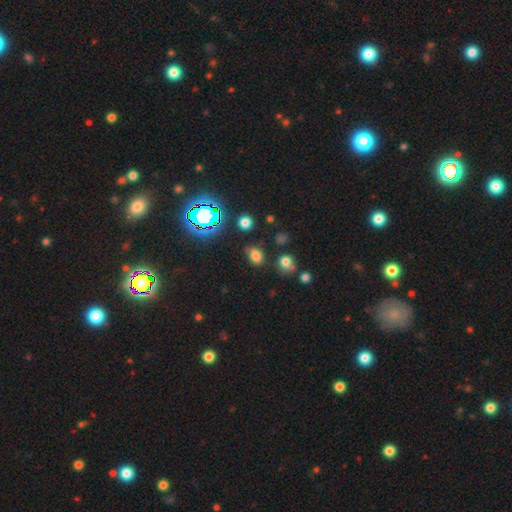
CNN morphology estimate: smooth-or-featured: smooth: 70% | star or artifact: 23% | featured or disk: 7%
  how-rounded: in between: 70% | round: 28% | cigar-shaped: 2%
  merging: none: 73% | minor disturbance: 16% | merger: 5% | major disturbance: 5%